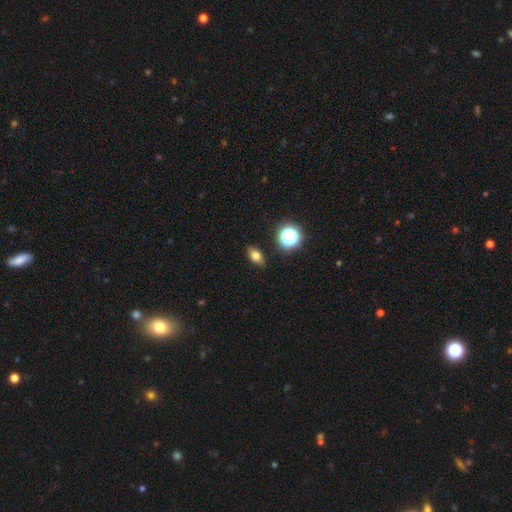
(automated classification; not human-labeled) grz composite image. It shows a smooth galaxy with no disk features (73%) that is in between round and cigar-shaped (80%). Merging: none (88%).